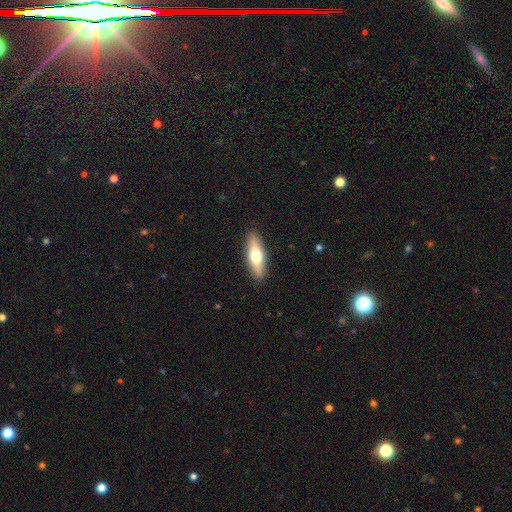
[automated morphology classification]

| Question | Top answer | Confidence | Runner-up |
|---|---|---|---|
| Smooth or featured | smooth | 62% | featured or disk (32%) |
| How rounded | in between | 50% | cigar-shaped (47%) |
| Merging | none | 89% | minor disturbance (8%) |